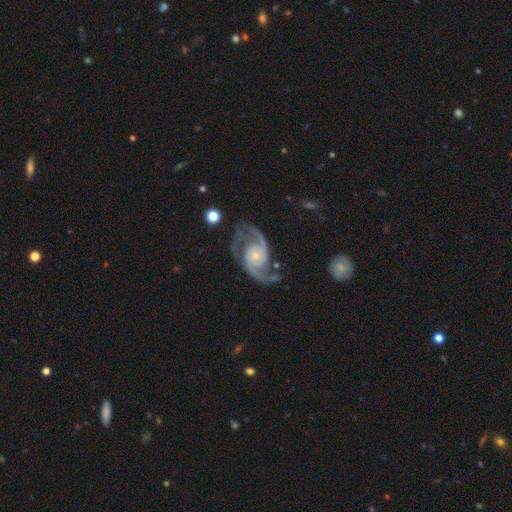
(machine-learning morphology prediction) Overall: featured or disk (93%). Edge-on disk: no (98%). Bar: no (68%). Spiral arms: yes (98%). Spiral arm count: 2 (92%). Spiral winding: medium (58%; tight 22%). Bulge size: small (58%; moderate 35%). Merging: none (69%).